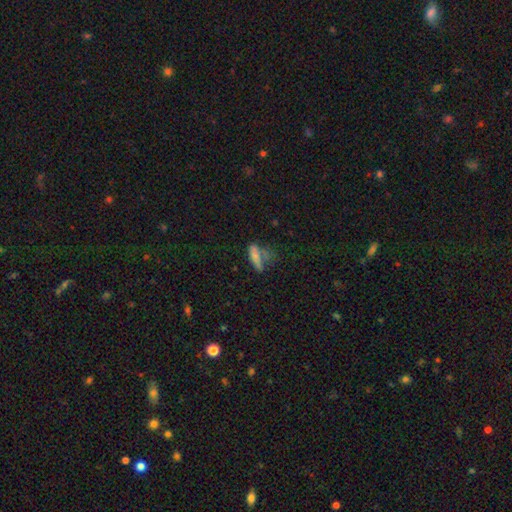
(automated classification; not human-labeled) Overall: smooth (65%). How rounded: cigar-shaped (51%; in between 43%). Merging: none (40%; merger 25%).